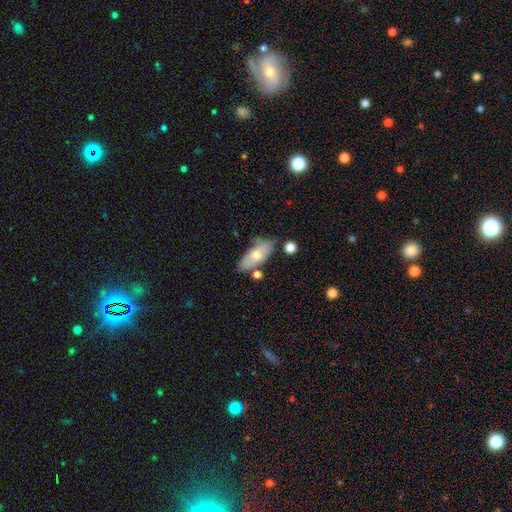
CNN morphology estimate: Smooth or featured? Predicted: smooth (p=0.70). How rounded? Predicted: in between (p=0.80). Merging? Predicted: none (p=0.72).